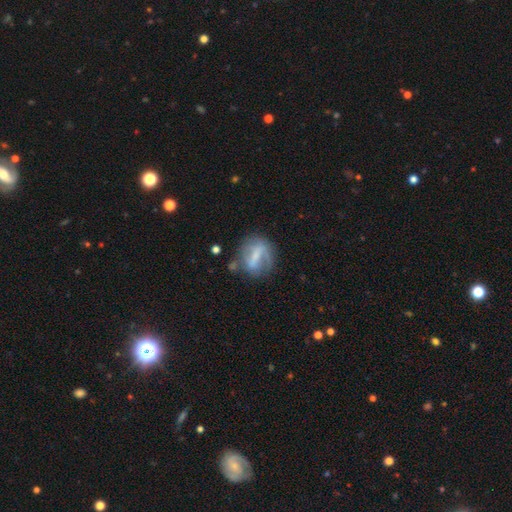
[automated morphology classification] Smooth or featured: featured or disk — 58% (smooth — 33%)
Edge-on disk: no — 93% (yes — 7%)
Bar: strong — 47% (weak — 36%)
Spiral arms: yes — 56% (no — 44%)
Bulge size: small — 39% (none — 31%)
Merging: none — 54% (minor disturbance — 24%)